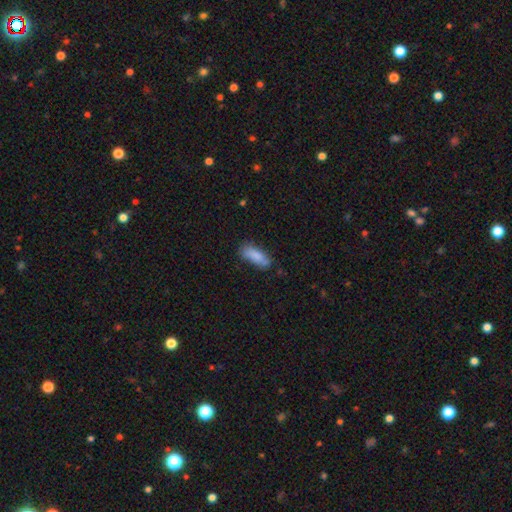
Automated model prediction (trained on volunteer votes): A smooth galaxy with no disk features (82%) that is in between round and cigar-shaped (68%).

Vote fractions:
- Smooth or featured? smooth: 82% / featured or disk: 11% / star or artifact: 7%
- How rounded? in between: 68% / cigar-shaped: 30% / round: 2%
- Merging? none: 62% / minor disturbance: 27% / major disturbance: 7% / merger: 4%